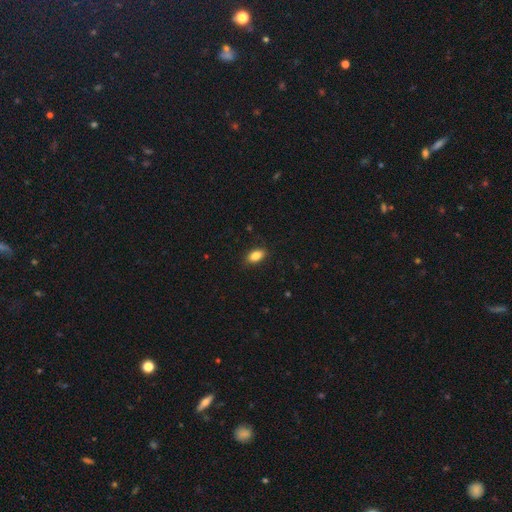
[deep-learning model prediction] smooth-or-featured: smooth: 86% | star or artifact: 8% | featured or disk: 6%
  how-rounded: in between: 89% | round: 8% | cigar-shaped: 3%
  merging: none: 87% | minor disturbance: 10% | major disturbance: 2% | merger: 1%